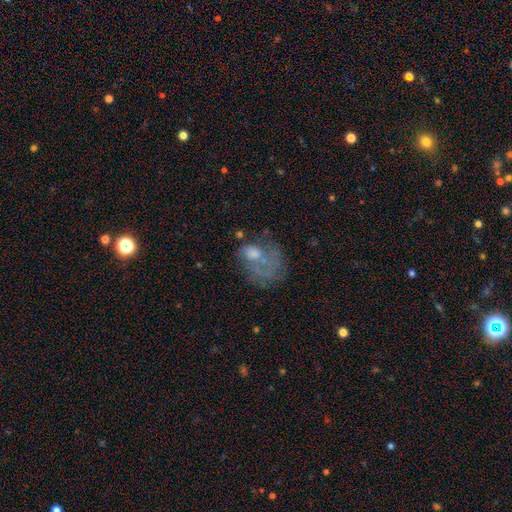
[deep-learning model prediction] Overall: featured or disk (48%; smooth 40%). Merging: major disturbance (48%; none 25%).